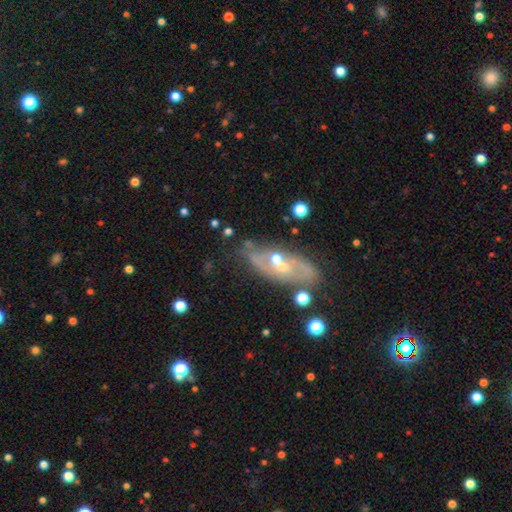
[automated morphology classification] Overall: featured or disk (64%; smooth 25%). Edge-on disk: no (76%). Merging: none (64%).